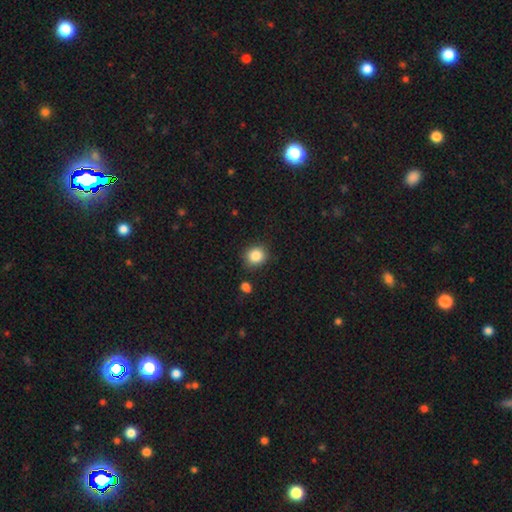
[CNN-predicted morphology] Smooth or featured? smooth (86%)
How rounded? round (80%)
Merging? none (85%)